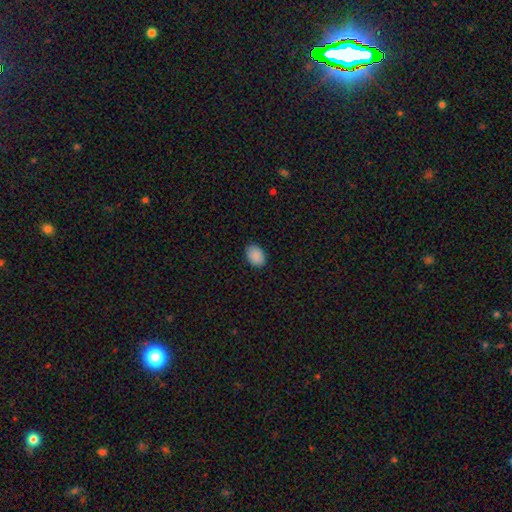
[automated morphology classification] smooth_or_featured: smooth (p=0.90) [alt: star or artifact p=0.07]
how_rounded: in between (p=0.73) [alt: round p=0.26]
merging: none (p=0.88) [alt: minor disturbance p=0.09]